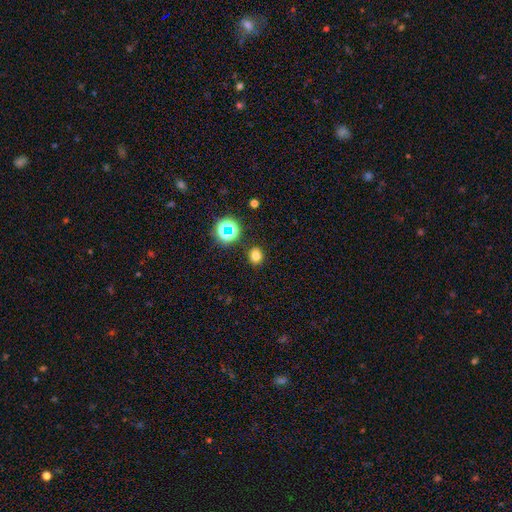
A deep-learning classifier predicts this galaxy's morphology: Smooth or featured? Predicted: smooth (p=0.74). How rounded? Predicted: round (p=0.60). Merging? Predicted: none (p=0.87).